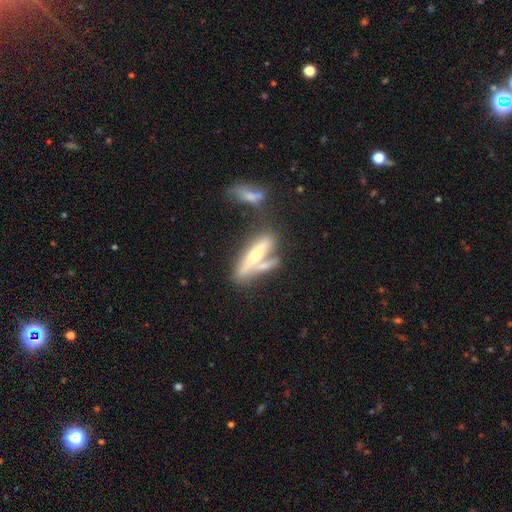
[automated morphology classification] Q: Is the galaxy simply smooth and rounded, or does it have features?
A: featured or disk — 50%.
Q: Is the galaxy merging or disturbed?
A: merger — 44%.